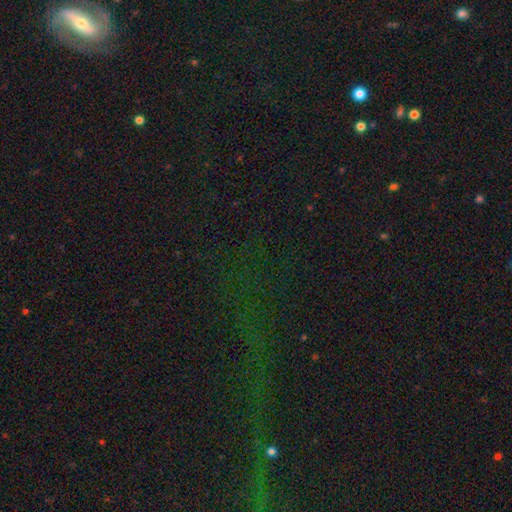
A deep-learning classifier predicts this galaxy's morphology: This is likely a star or artifact rather than a galaxy (77%).